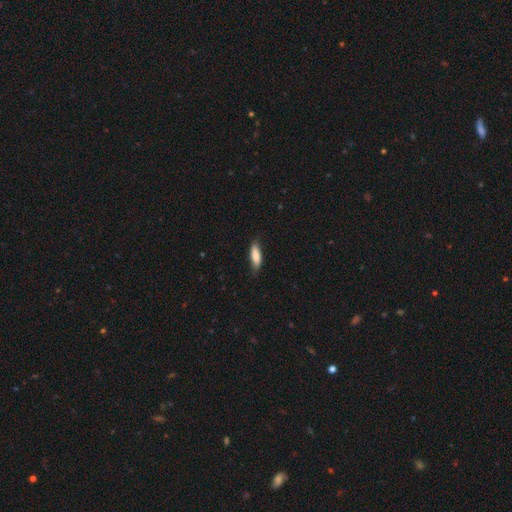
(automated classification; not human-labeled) This appears to be a smooth galaxy with no disk features (79%) that is in between round and cigar-shaped (51%). Merging: none (75%).